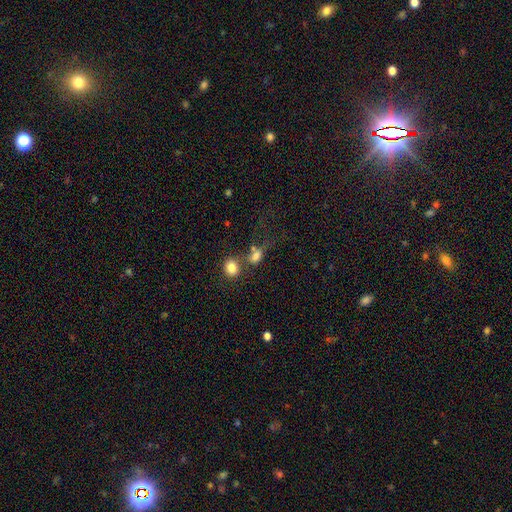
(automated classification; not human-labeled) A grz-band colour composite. It shows a smooth galaxy with no disk features (77%) that is in between round and cigar-shaped (59%). Merging: merger (40%).